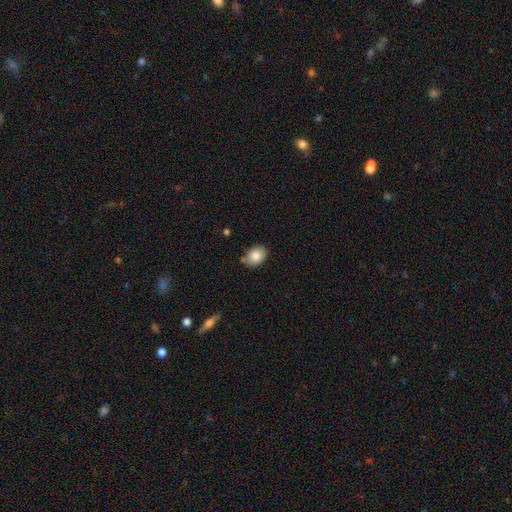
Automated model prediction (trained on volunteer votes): A smooth galaxy with no disk features (85%) that is in between round and cigar-shaped (72%). Merging: none (76%).